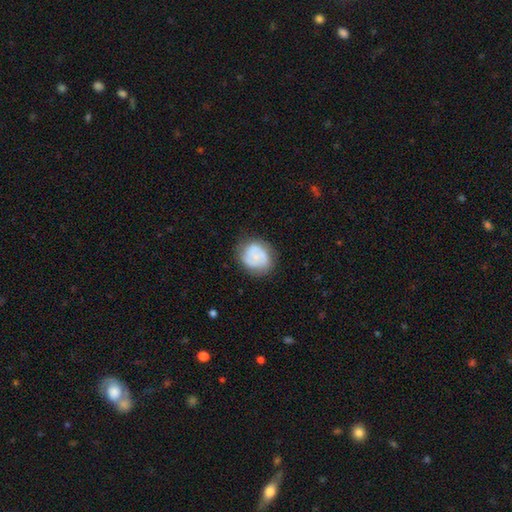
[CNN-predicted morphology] Q: Smooth or featured?
A: featured or disk (48%); runner-up: smooth (44%)
Q: Merging?
A: none (69%); runner-up: minor disturbance (21%)